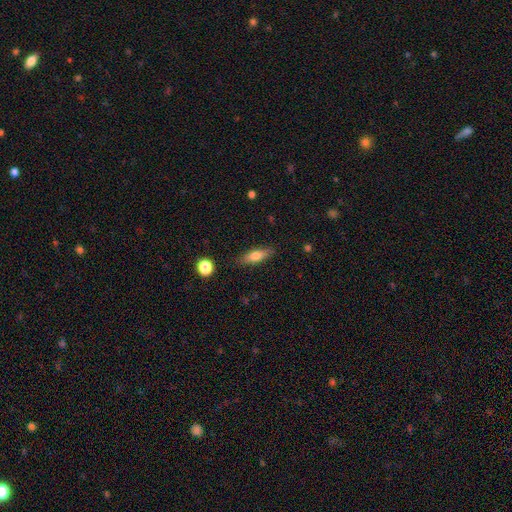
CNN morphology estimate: Smooth or featured? Predicted: smooth (p=0.69). How rounded? Predicted: cigar-shaped (p=0.49). Merging? Predicted: none (p=0.85).